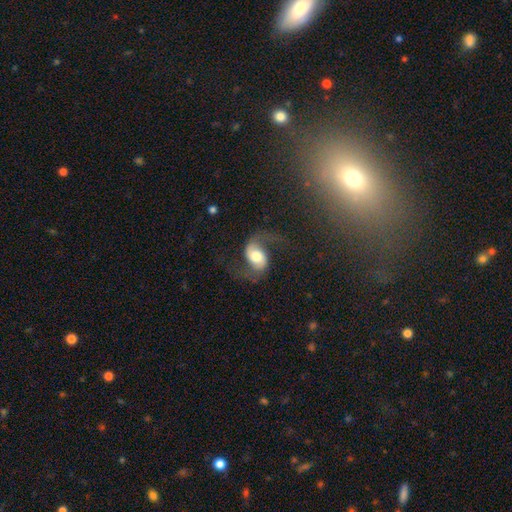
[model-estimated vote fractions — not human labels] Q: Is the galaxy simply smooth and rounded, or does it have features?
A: featured or disk — 77%.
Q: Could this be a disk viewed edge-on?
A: no — 97%.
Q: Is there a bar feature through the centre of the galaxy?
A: no — 47%.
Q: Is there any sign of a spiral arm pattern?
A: yes — 95%.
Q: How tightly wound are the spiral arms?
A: loose — 70%.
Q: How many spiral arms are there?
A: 2 — 93%.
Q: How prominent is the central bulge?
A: moderate — 46%.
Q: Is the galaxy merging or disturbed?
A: none — 64%.